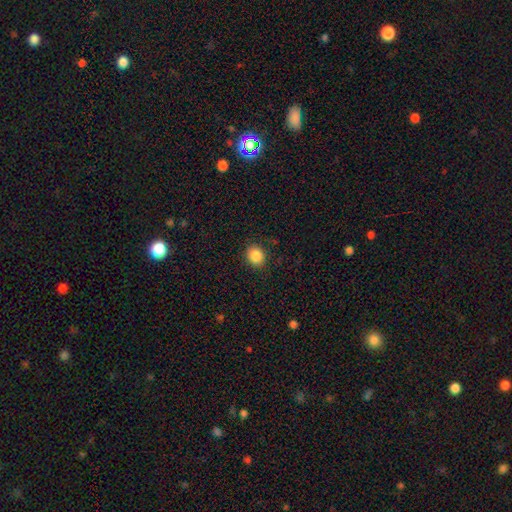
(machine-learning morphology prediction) A smooth galaxy with no disk features (87%) that is round (69%). Merging: none (88%).